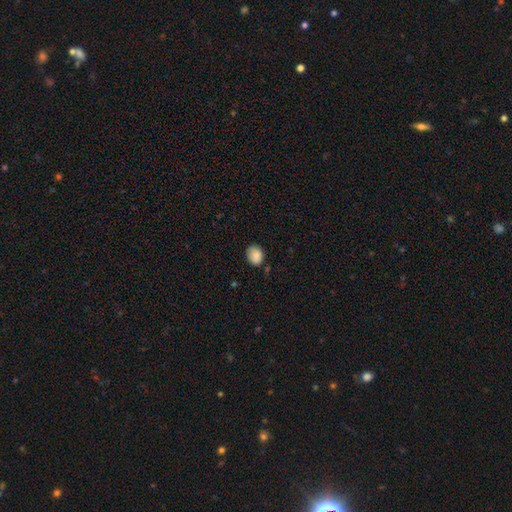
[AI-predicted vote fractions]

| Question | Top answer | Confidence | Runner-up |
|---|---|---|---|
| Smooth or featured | smooth | 86% | star or artifact (8%) |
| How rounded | round | 59% | in between (40%) |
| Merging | none | 76% | minor disturbance (19%) |